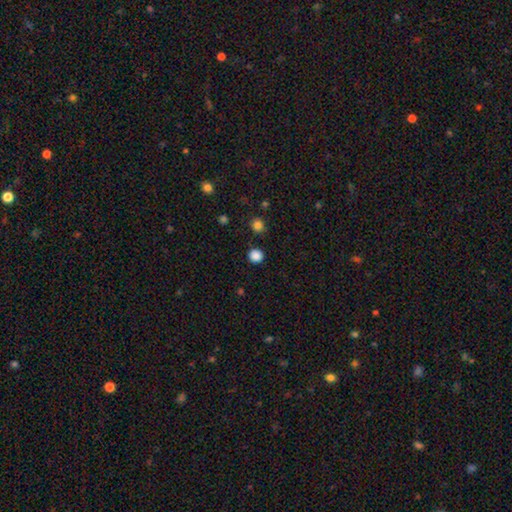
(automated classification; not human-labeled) A smooth galaxy with no disk features (86%) that is round (92%). Merging: none (90%).